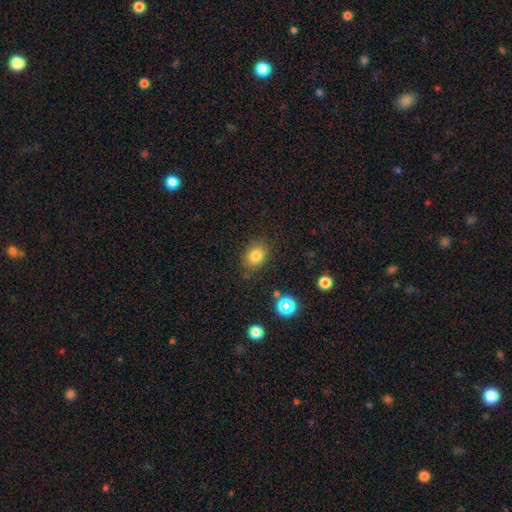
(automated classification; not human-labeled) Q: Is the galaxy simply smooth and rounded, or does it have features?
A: smooth — 79%.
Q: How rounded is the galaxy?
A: in between — 54%.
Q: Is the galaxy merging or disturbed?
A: none — 80%.